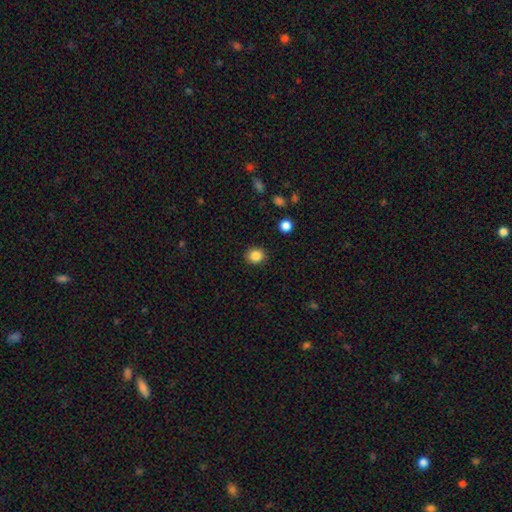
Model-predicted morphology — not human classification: This appears to be a smooth galaxy with no disk features (86%) that is round (81%). Merging: none (90%).